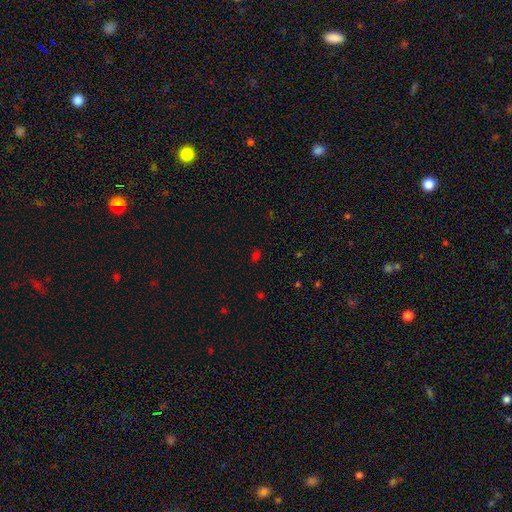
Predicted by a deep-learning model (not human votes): Smooth or featured? Predicted: smooth (p=0.56). How rounded? Predicted: in between (p=0.75). Merging? Predicted: none (p=0.80).